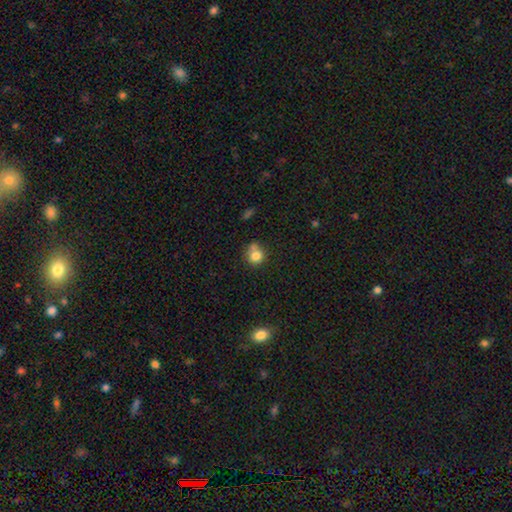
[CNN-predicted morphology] Smooth or featured: smooth — 79% (star or artifact — 11%)
How rounded: round — 82% (in between — 17%)
Merging: none — 49% (merger — 27%)